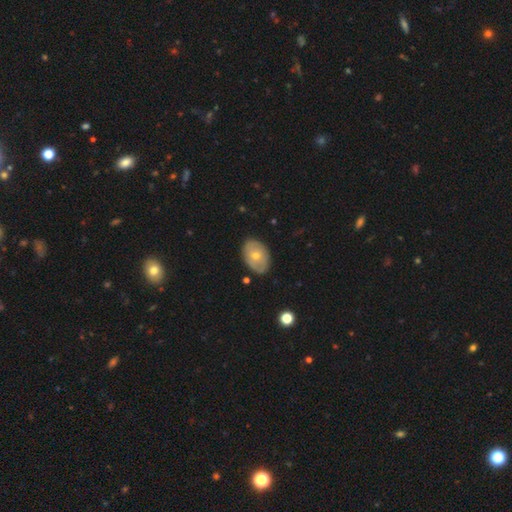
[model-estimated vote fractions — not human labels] Smooth or featured?
  - smooth: 53% *
  - featured or disk: 41%
  - star or artifact: 6%
How rounded?
  - in between: 82% *
  - round: 17%
  - cigar-shaped: 1%
Merging?
  - none: 80% *
  - minor disturbance: 15%
  - major disturbance: 3%
  - merger: 1%